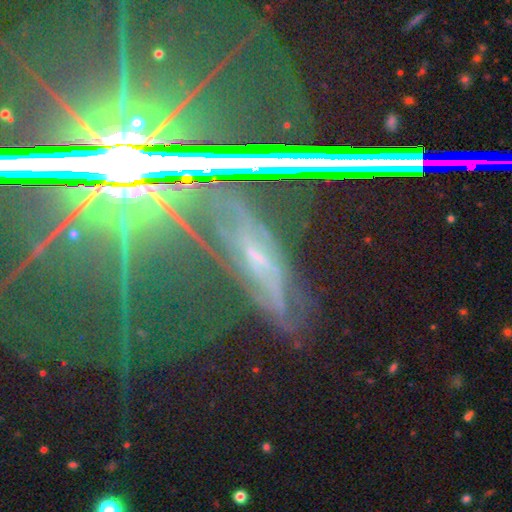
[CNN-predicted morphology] The model was most divided on "smooth or featured": star or artifact: 46%, featured or disk: 41%, smooth: 13%.